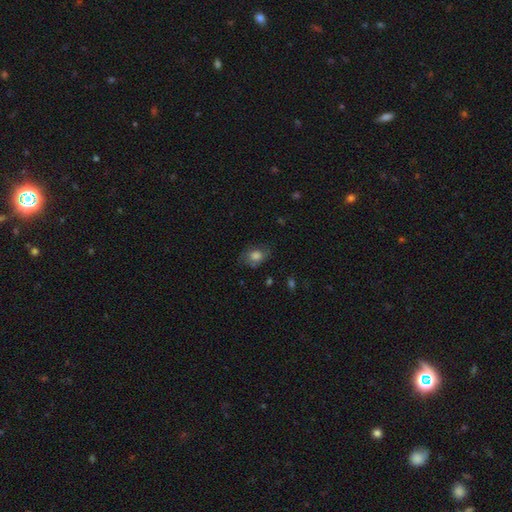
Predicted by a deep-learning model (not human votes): Overall: smooth (73%). How rounded: in between (70%). Merging: none (61%; minor disturbance 26%).